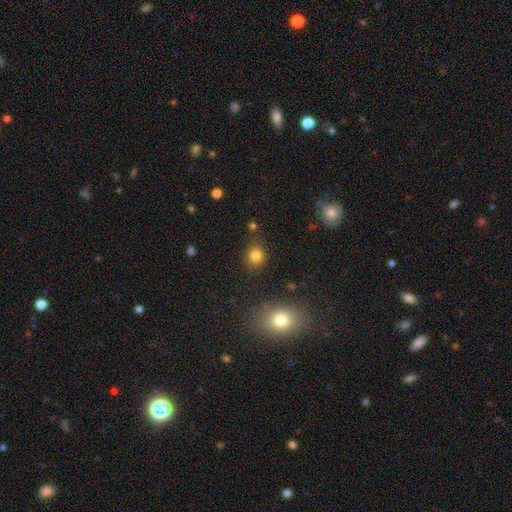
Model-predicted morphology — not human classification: smooth-or-featured: smooth: 81% | star or artifact: 14% | featured or disk: 6%
  how-rounded: round: 77% | in between: 22% | cigar-shaped: 1%
  merging: none: 83% | minor disturbance: 10% | merger: 4% | major disturbance: 3%